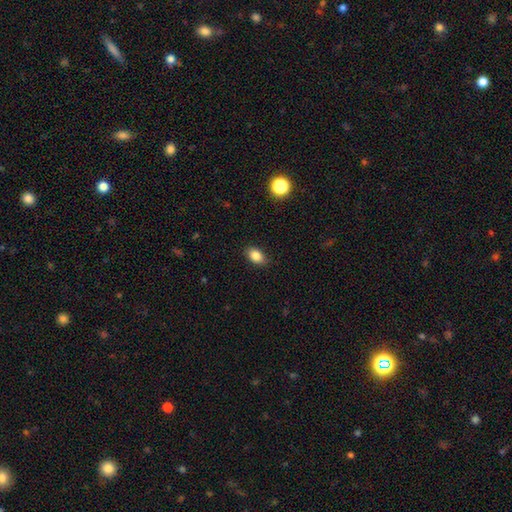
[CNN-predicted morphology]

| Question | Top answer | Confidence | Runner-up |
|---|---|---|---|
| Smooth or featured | smooth | 85% | star or artifact (9%) |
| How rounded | in between | 86% | round (13%) |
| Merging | none | 86% | minor disturbance (10%) |